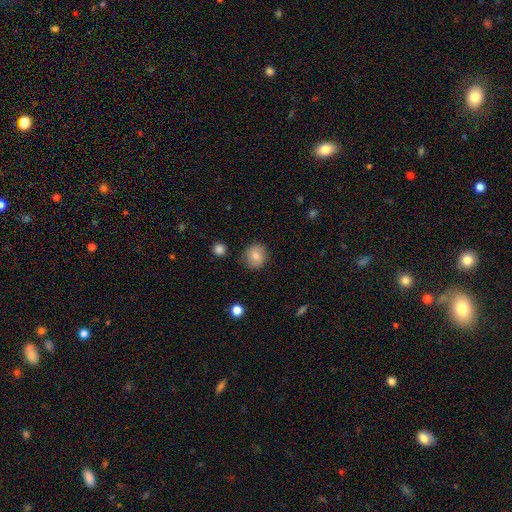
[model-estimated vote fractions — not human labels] Morphology: type=smooth (79%); roundness=round (83%); merging=none (86%).